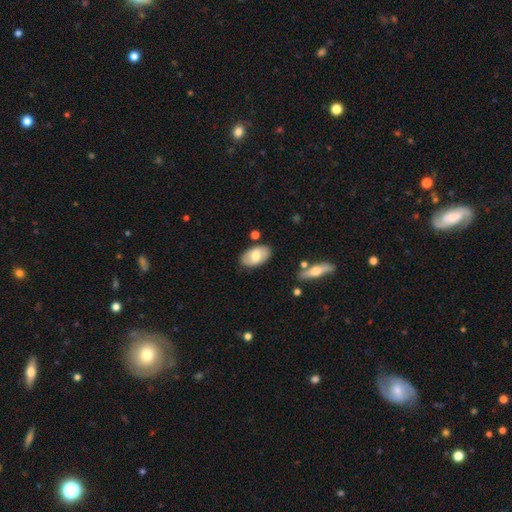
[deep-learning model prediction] smooth-or-featured: smooth: 65% | featured or disk: 29% | star or artifact: 6%
  how-rounded: in between: 94% | round: 4% | cigar-shaped: 2%
  merging: none: 81% | minor disturbance: 13% | merger: 3% | major disturbance: 3%